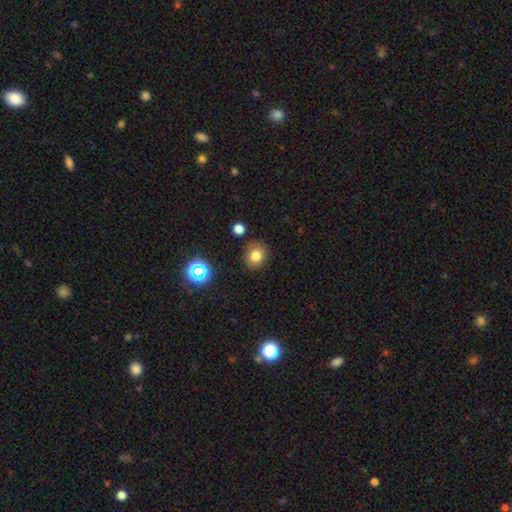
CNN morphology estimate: smooth 77%, star or artifact 14%, featured or disk 8%. Down the decision tree: how rounded — round (77%); merging — none (83%).